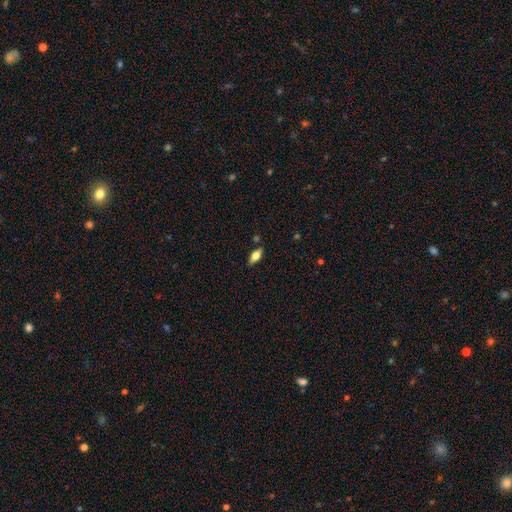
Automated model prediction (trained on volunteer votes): Smooth or featured? smooth (59%)
How rounded? in between (78%)
Merging? none (84%)